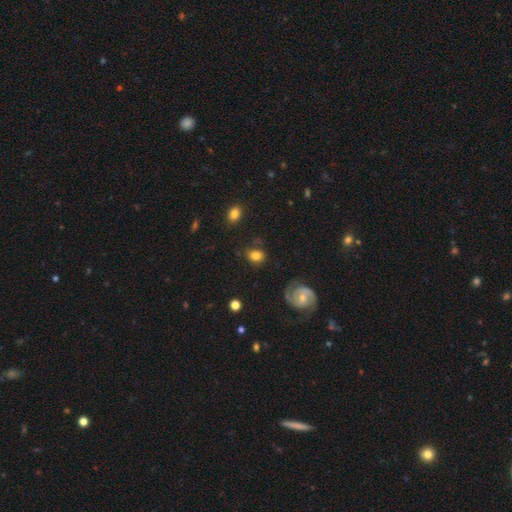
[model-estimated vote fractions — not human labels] Smooth or featured?
  - smooth: 74% *
  - featured or disk: 16%
  - star or artifact: 9%
How rounded?
  - in between: 53% *
  - round: 46%
  - cigar-shaped: 1%
Merging?
  - none: 74% *
  - minor disturbance: 16%
  - major disturbance: 6%
  - merger: 3%